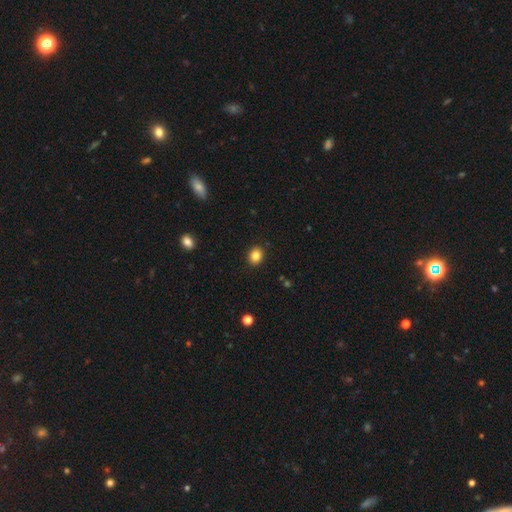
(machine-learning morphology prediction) Smooth or featured?
  - smooth: 85% *
  - star or artifact: 10%
  - featured or disk: 5%
How rounded?
  - round: 59% *
  - in between: 40%
  - cigar-shaped: 1%
Merging?
  - none: 90% *
  - minor disturbance: 7%
  - major disturbance: 2%
  - merger: 1%